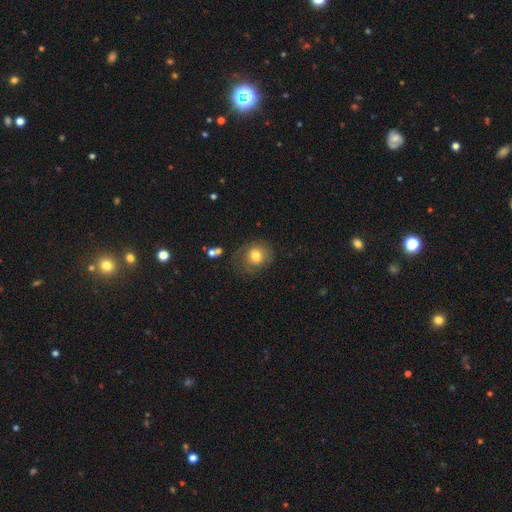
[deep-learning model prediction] Smooth or featured? smooth (73%)
How rounded? round (73%)
Merging? none (63%)